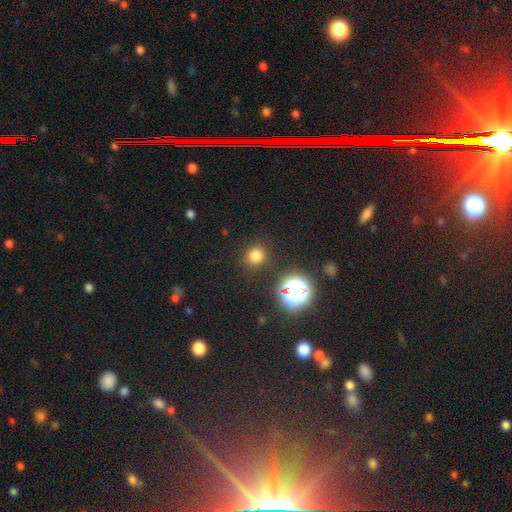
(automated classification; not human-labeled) A smooth galaxy with no disk features (77%) that is round (93%). Merging: none (88%).